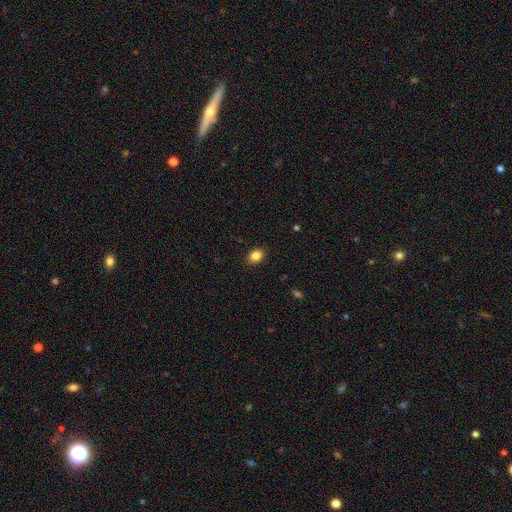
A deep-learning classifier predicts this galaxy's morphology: Q: Smooth or featured?
A: smooth (86%); runner-up: star or artifact (9%)
Q: How rounded?
A: in between (69%); runner-up: round (30%)
Q: Merging?
A: none (89%); runner-up: minor disturbance (8%)